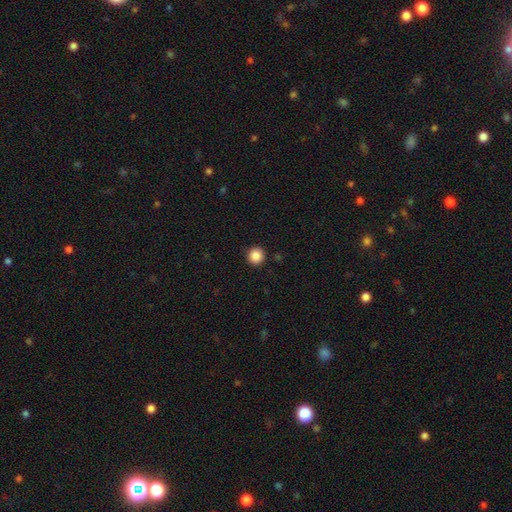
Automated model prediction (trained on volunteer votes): Smooth or featured?
  - smooth: 87% *
  - star or artifact: 10%
  - featured or disk: 3%
How rounded?
  - round: 94% *
  - in between: 5%
  - cigar-shaped: 1%
Merging?
  - none: 92% *
  - minor disturbance: 5%
  - major disturbance: 2%
  - merger: 1%